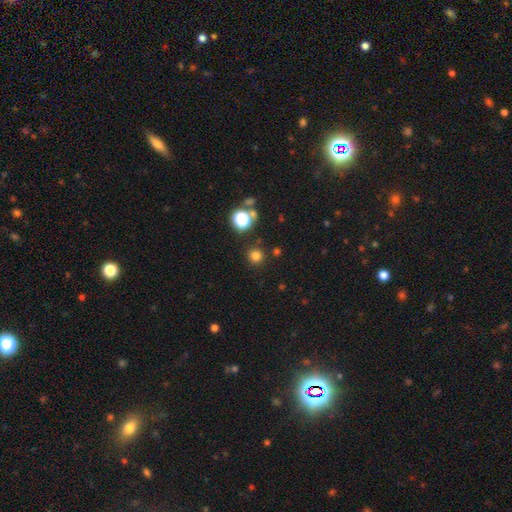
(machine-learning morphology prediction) type=smooth (77%); roundness=round (95%); merging=none (88%).